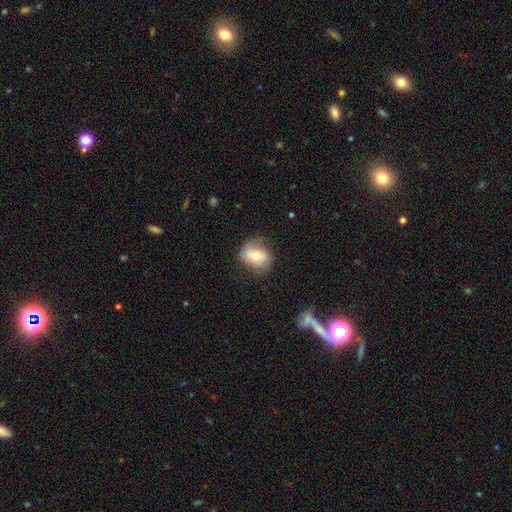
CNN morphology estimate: Q: Smooth or featured?
A: smooth (55%); runner-up: featured or disk (36%)
Q: How rounded?
A: round (54%); runner-up: in between (45%)
Q: Merging?
A: none (64%); runner-up: minor disturbance (25%)